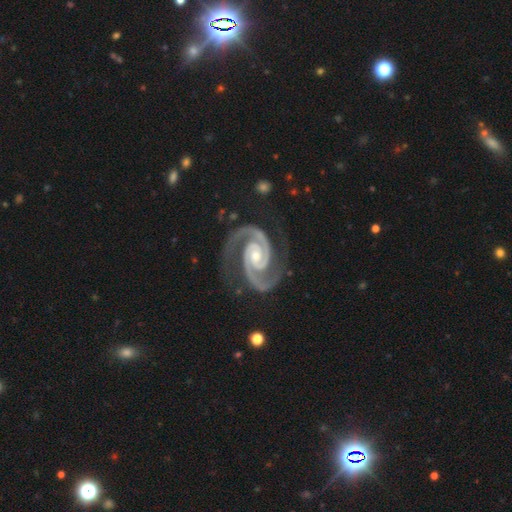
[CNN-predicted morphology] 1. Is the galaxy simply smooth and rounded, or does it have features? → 95% featured or disk, 3% star or artifact, 2% smooth.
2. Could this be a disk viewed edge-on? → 98% no, 2% yes.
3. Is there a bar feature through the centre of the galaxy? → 54% no, 30% weak, 16% strong.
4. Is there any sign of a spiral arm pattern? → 99% yes, 1% no.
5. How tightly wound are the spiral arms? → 53% tight, 43% medium, 4% loose.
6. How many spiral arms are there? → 94% 2, 2% 3, 1% can't tell, 1% 1, 1% 4, 1% more than 4.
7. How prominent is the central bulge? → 52% small, 44% moderate, 2% large, 2% none, 1% dominant.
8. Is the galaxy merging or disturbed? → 80% none, 14% minor disturbance, 5% major disturbance, 2% merger.